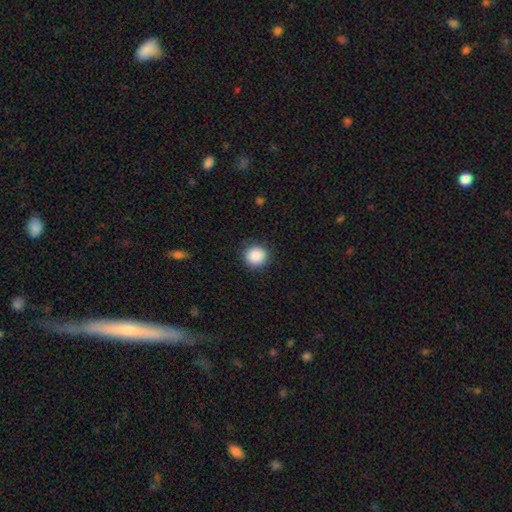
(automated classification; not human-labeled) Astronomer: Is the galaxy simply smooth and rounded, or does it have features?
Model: smooth — 89%.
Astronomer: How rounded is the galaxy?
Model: round — 91%.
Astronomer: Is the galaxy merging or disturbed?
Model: none — 88%.